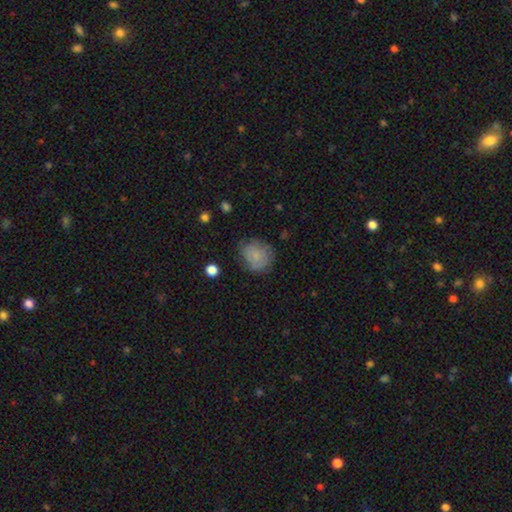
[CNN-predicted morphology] smooth 73%, featured or disk 18%, star or artifact 9%. Down the decision tree: how rounded — round (76%); merging — none (63%).